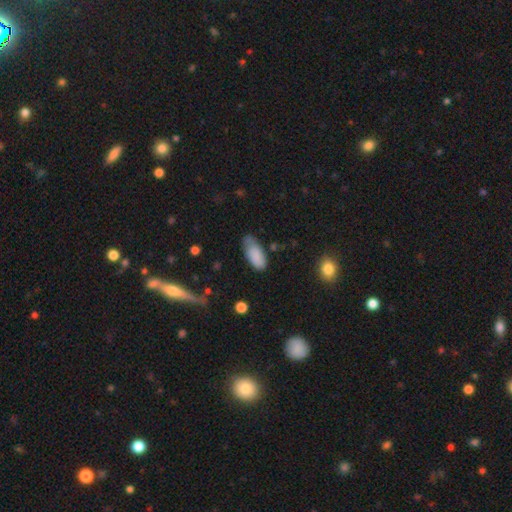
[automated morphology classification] smooth-or-featured: smooth: 83% | featured or disk: 10% | star or artifact: 7%
  how-rounded: in between: 89% | cigar-shaped: 9% | round: 2%
  merging: none: 55% | minor disturbance: 32% | major disturbance: 10% | merger: 3%